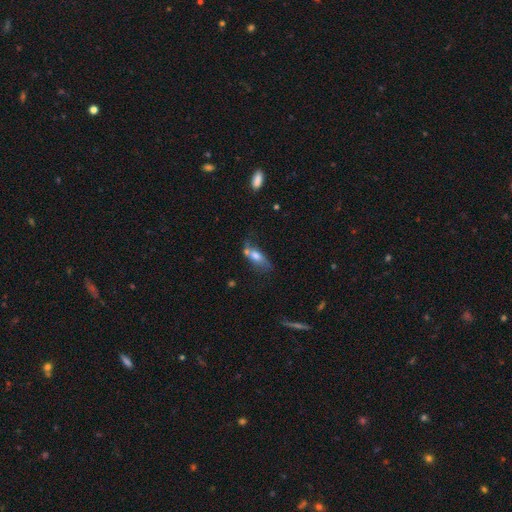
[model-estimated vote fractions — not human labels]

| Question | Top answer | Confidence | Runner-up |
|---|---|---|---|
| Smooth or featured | smooth | 55% | featured or disk (36%) |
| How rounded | in between | 76% | cigar-shaped (18%) |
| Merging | none | 40% | minor disturbance (24%) |